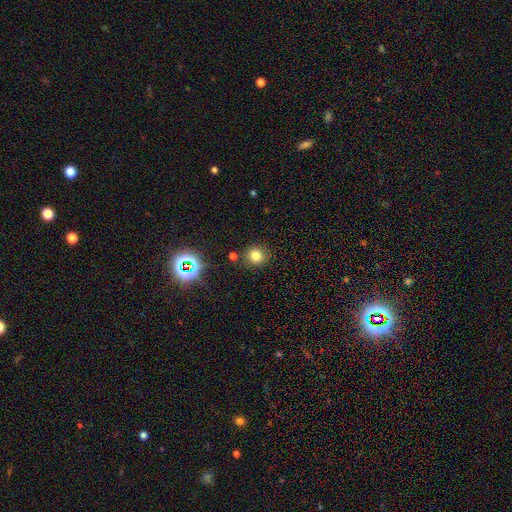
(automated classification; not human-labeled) Smooth or featured? smooth (74%)
How rounded? round (86%)
Merging? none (84%)